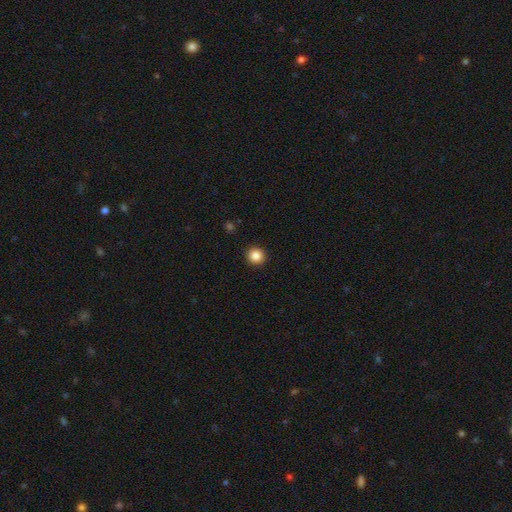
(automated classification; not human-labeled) A smooth galaxy with no disk features (86%) that is round (93%). Merging: none (93%).